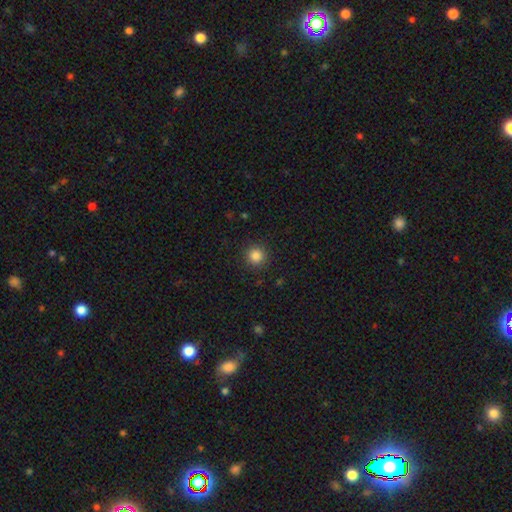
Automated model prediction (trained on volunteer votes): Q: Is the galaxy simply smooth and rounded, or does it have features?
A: smooth — 85%.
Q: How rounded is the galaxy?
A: round — 94%.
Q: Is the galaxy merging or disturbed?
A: none — 91%.